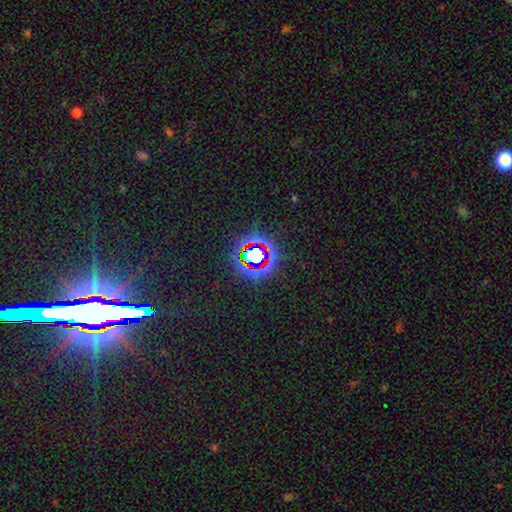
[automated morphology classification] This is likely a star or artifact rather than a galaxy (74%).